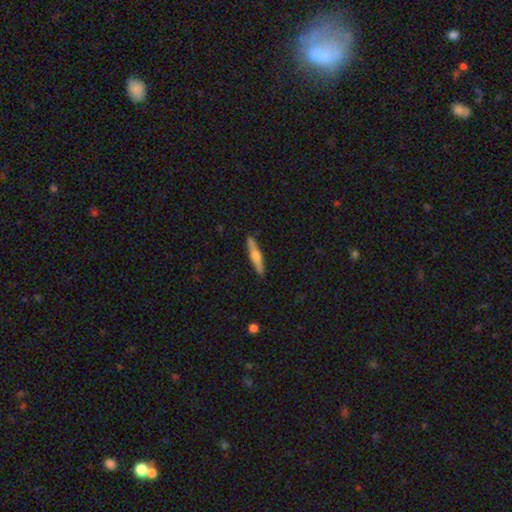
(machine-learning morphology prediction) smooth_or_featured: featured or disk (p=0.49) [alt: smooth p=0.45]
merging: none (p=0.89) [alt: minor disturbance p=0.08]